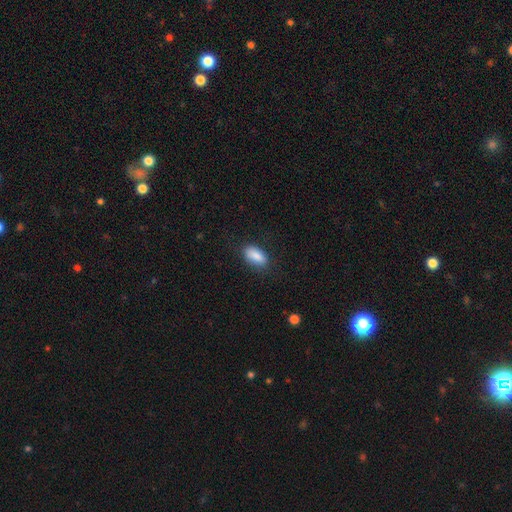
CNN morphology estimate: The model was most divided on "merging": none: 80%, minor disturbance: 15%, major disturbance: 4%, merger: 1%. More confident: how rounded — in between (88%); smooth or featured — smooth (87%).